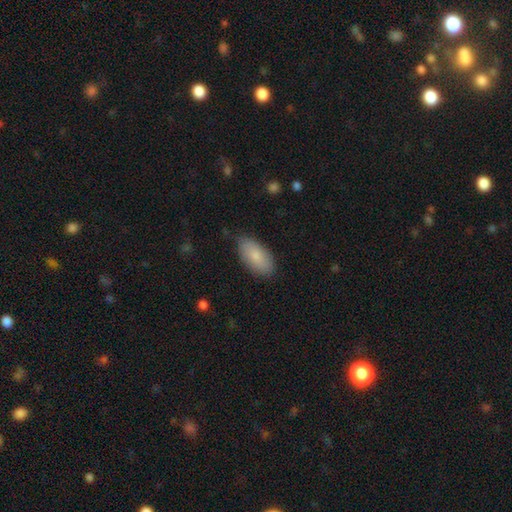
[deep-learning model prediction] A smooth galaxy with no disk features (83%) that is in between round and cigar-shaped (93%).

Vote fractions:
- Smooth or featured? smooth: 83% / featured or disk: 11% / star or artifact: 6%
- How rounded? in between: 93% / cigar-shaped: 4% / round: 2%
- Merging? none: 81% / minor disturbance: 15% / major disturbance: 3% / merger: 1%